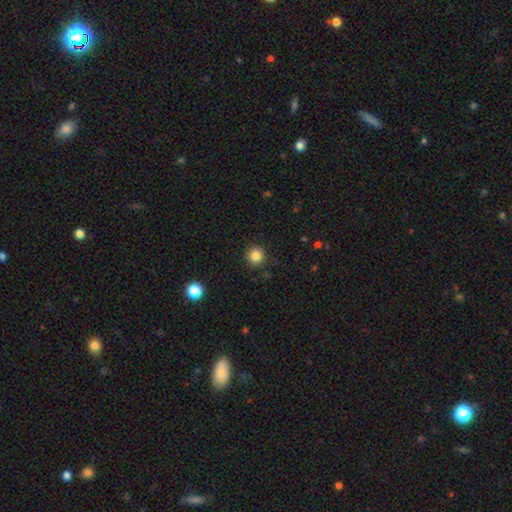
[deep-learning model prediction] Morphology: type=smooth (85%); roundness=round (95%); merging=none (91%).